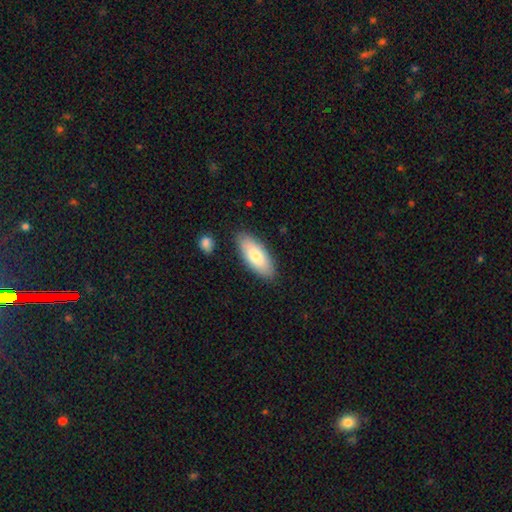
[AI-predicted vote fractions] Morphology: type=smooth (76%); roundness=in between (81%); merging=none (85%).